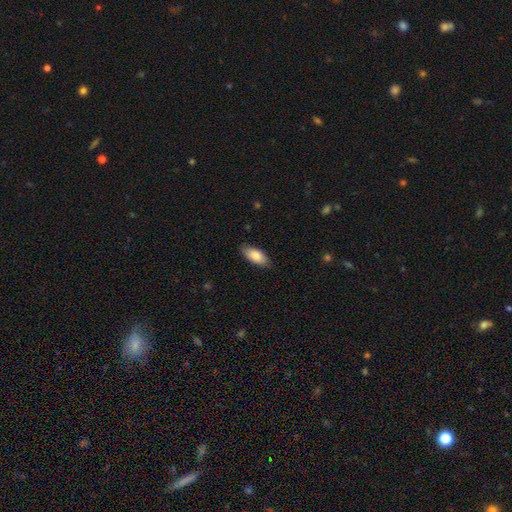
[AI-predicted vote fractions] Overall: smooth (86%). How rounded: in between (88%). Merging: none (83%).